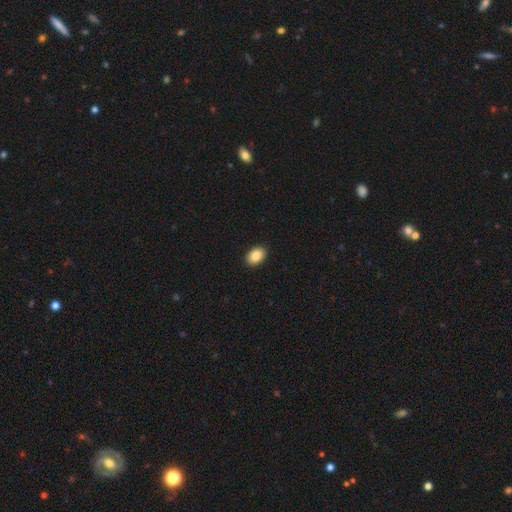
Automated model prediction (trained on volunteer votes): This is clearly a smooth galaxy (87%). How rounded: clearly in between (83%). Merging: clearly none (91%).